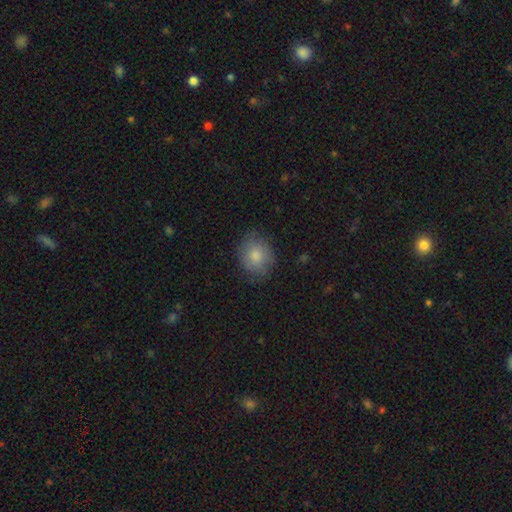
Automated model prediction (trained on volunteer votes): Smooth or featured?
  - smooth: 80% *
  - featured or disk: 12%
  - star or artifact: 8%
How rounded?
  - round: 71% *
  - in between: 28%
  - cigar-shaped: 1%
Merging?
  - none: 75% *
  - minor disturbance: 19%
  - major disturbance: 5%
  - merger: 1%